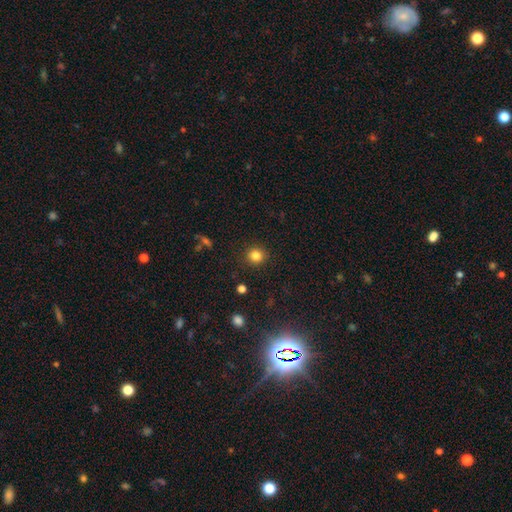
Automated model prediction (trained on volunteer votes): Smooth or featured? smooth (83%)
How rounded? round (89%)
Merging? none (90%)